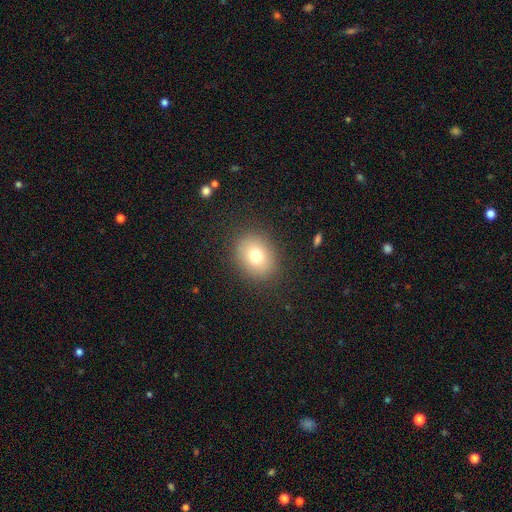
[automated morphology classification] Q: Smooth or featured?
A: smooth (75%); runner-up: featured or disk (12%)
Q: How rounded?
A: round (53%); runner-up: in between (46%)
Q: Merging?
A: none (87%); runner-up: minor disturbance (9%)